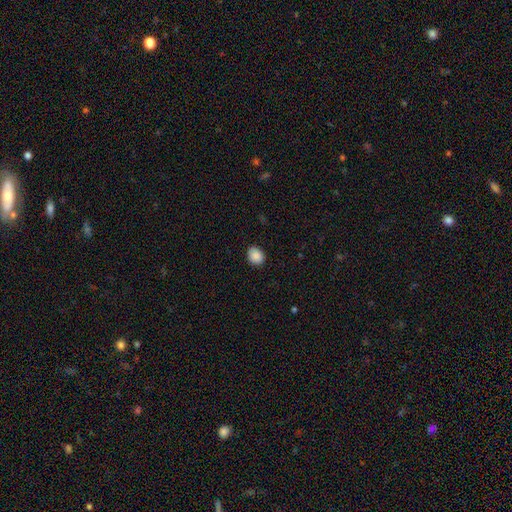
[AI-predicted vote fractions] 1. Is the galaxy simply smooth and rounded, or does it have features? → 90% smooth, 8% star or artifact, 2% featured or disk.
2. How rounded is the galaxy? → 50% round, 49% in between, 1% cigar-shaped.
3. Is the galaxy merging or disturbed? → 88% none, 9% minor disturbance, 2% major disturbance, 1% merger.